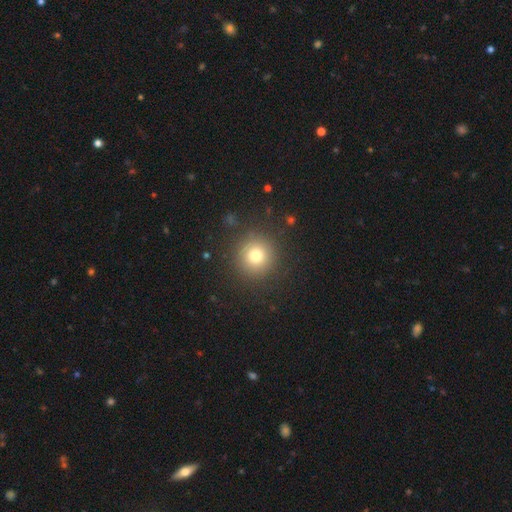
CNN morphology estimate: Overall: smooth (77%). How rounded: round (95%). Merging: none (89%).